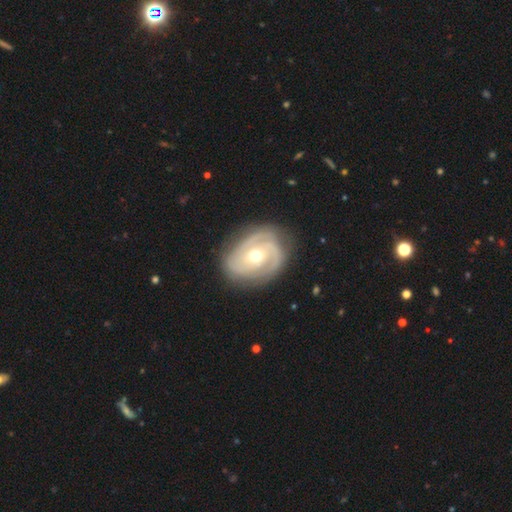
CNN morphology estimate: Smooth or featured?
  - featured or disk: 86% *
  - smooth: 9%
  - star or artifact: 5%
Edge-on disk?
  - no: 97% *
  - yes: 3%
Bar?
  - no: 68% *
  - weak: 25%
  - strong: 8%
Spiral arms?
  - yes: 95% *
  - no: 5%
Spiral winding?
  - tight: 65% *
  - medium: 28%
  - loose: 7%
Spiral arm count?
  - 2: 38% *
  - 3: 30%
  - can't tell: 17%
  - 1: 6%
  - 4: 5%
  - more than 4: 4%
Bulge size?
  - moderate: 71% *
  - small: 23%
  - large: 4%
  - dominant: 1%
  - none: 1%
Merging?
  - none: 75% *
  - minor disturbance: 18%
  - major disturbance: 6%
  - merger: 1%